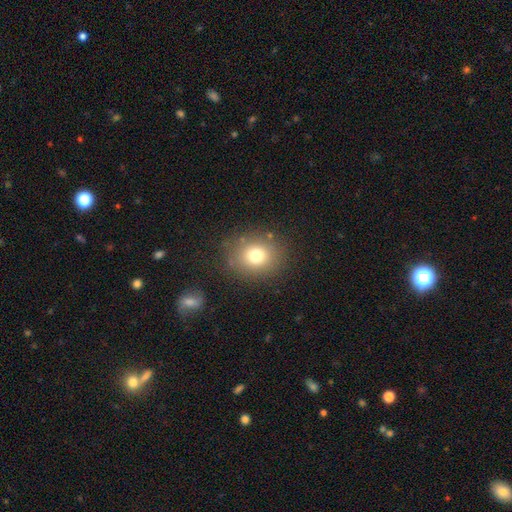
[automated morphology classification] A smooth galaxy with no disk features (75%) that is round (73%).

Vote fractions:
- Smooth or featured? smooth: 75% / star or artifact: 14% / featured or disk: 11%
- How rounded? round: 73% / in between: 27% / cigar-shaped: 1%
- Merging? none: 83% / minor disturbance: 10% / major disturbance: 4% / merger: 2%